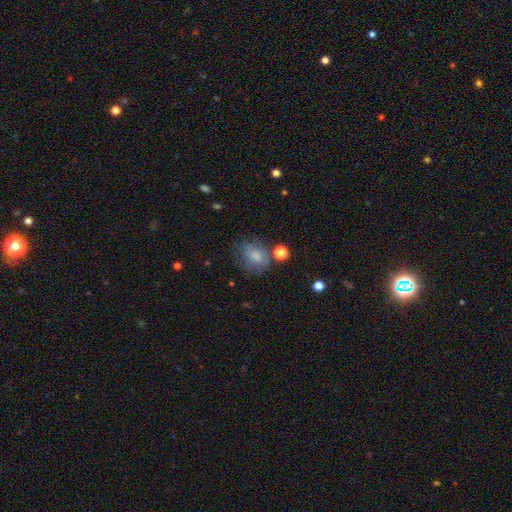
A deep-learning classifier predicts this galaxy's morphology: Smooth or featured? Predicted: smooth (p=0.75). How rounded? Predicted: round (p=0.56). Merging? Predicted: none (p=0.57).